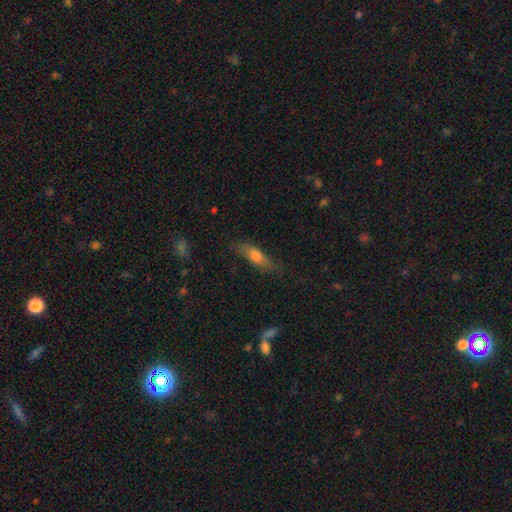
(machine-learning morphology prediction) smooth-or-featured: smooth: 58% | featured or disk: 33% | star or artifact: 8%
  how-rounded: cigar-shaped: 62% | in between: 35% | round: 3%
  merging: none: 77% | minor disturbance: 17% | major disturbance: 5% | merger: 2%